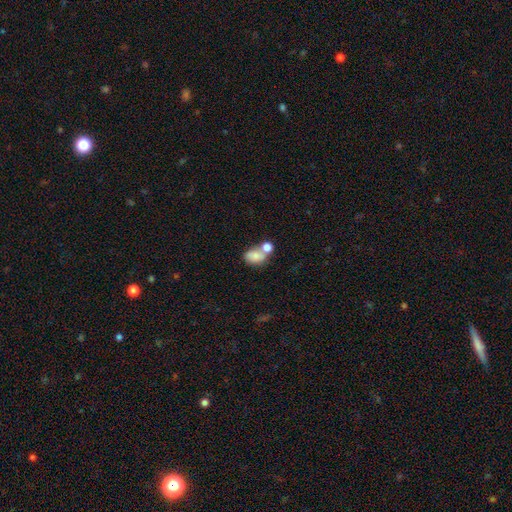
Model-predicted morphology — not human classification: This appears to be a smooth galaxy with no disk features (74%) that is in between round and cigar-shaped (71%). Merging: merger (46%).